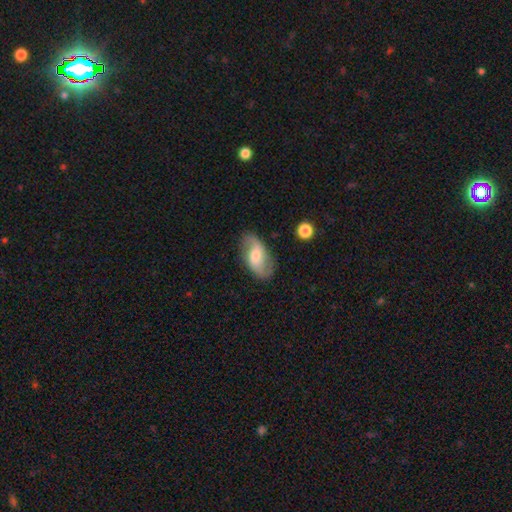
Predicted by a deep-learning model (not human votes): Morphology: type=featured or disk (67%); edge-on=no (95%); bar=weak (46%); spiral arms=yes (90%); winding=loose (56%); arm count=2 (89%); bulge=moderate (54%); merging=none (79%).